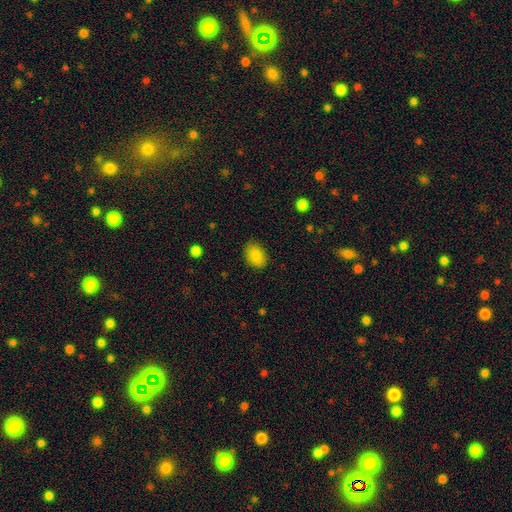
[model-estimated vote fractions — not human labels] smooth_or_featured: smooth (p=0.88) [alt: star or artifact p=0.08]
how_rounded: in between (p=0.78) [alt: round p=0.21]
merging: none (p=0.84) [alt: minor disturbance p=0.12]